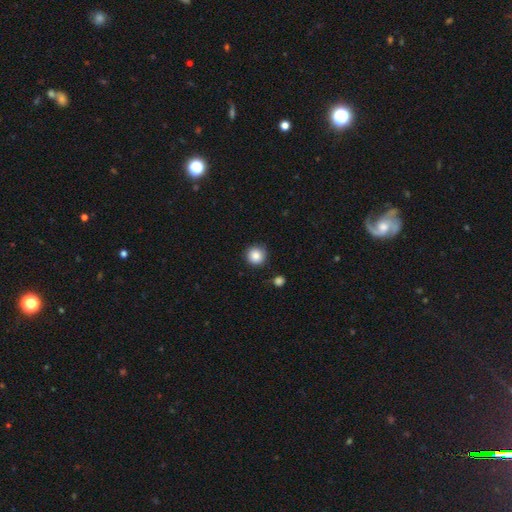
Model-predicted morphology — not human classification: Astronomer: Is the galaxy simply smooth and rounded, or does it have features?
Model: smooth — 86%.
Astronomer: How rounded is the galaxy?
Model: round — 94%.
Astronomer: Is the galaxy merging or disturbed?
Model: none — 87%.